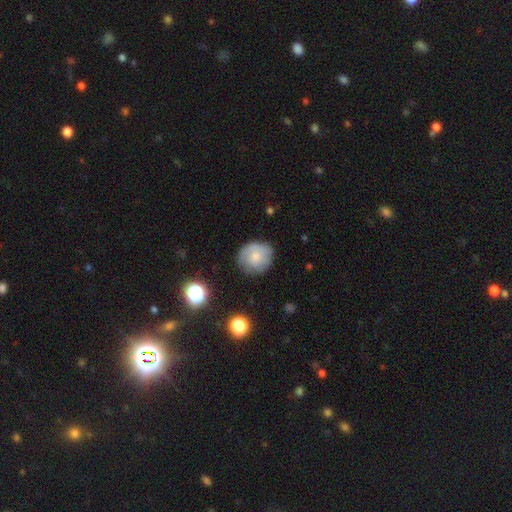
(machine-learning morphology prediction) smooth-or-featured: smooth: 63% | featured or disk: 28% | star or artifact: 8%
  how-rounded: round: 83% | in between: 16% | cigar-shaped: 1%
  merging: none: 71% | minor disturbance: 21% | major disturbance: 6% | merger: 2%